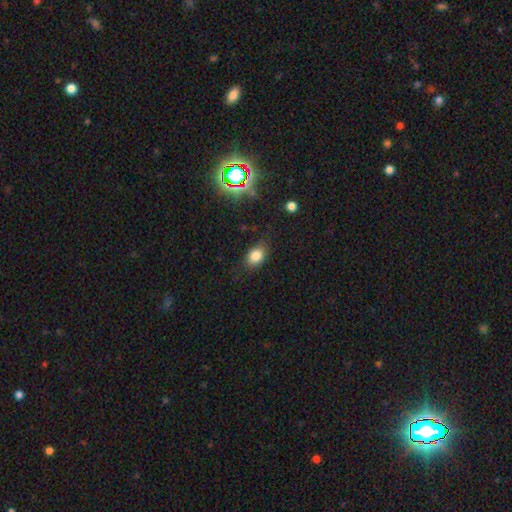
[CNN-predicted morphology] Overall: smooth (81%). How rounded: in between (73%). Merging: none (75%).